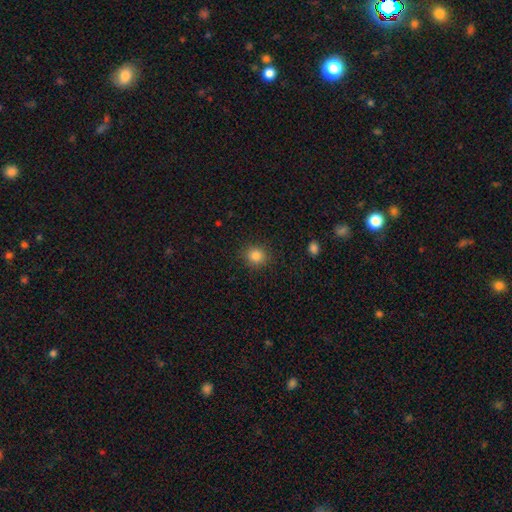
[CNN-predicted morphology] Smooth or featured?
  - smooth: 84% *
  - star or artifact: 12%
  - featured or disk: 5%
How rounded?
  - round: 85% *
  - in between: 14%
  - cigar-shaped: 1%
Merging?
  - none: 90% *
  - minor disturbance: 7%
  - major disturbance: 2%
  - merger: 1%